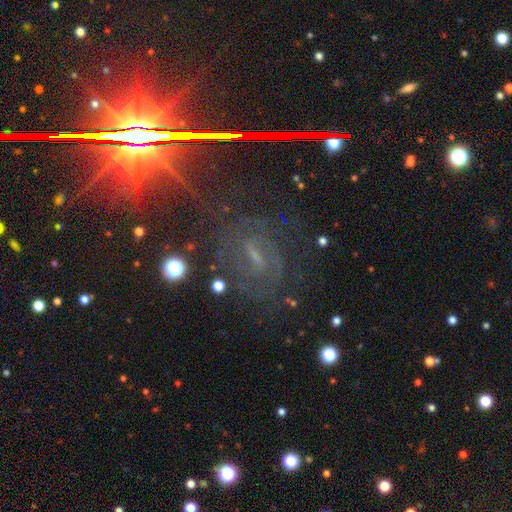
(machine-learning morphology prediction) Smooth or featured? Predicted: featured or disk (p=0.55). Edge-on disk? Predicted: no (p=0.81). Merging? Predicted: none (p=0.69).